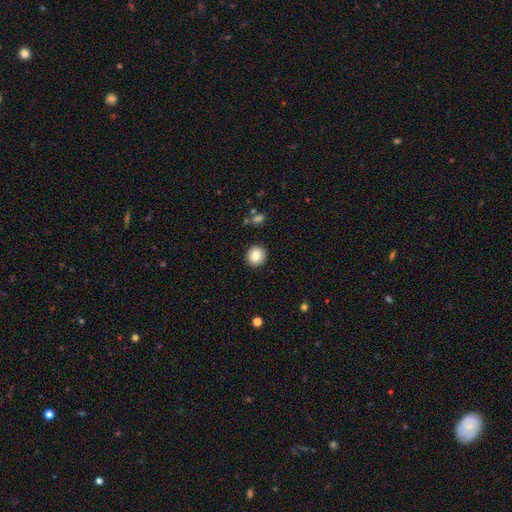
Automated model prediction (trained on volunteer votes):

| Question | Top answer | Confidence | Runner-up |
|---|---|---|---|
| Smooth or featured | smooth | 83% | star or artifact (9%) |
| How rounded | round | 90% | in between (10%) |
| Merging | none | 91% | minor disturbance (6%) |